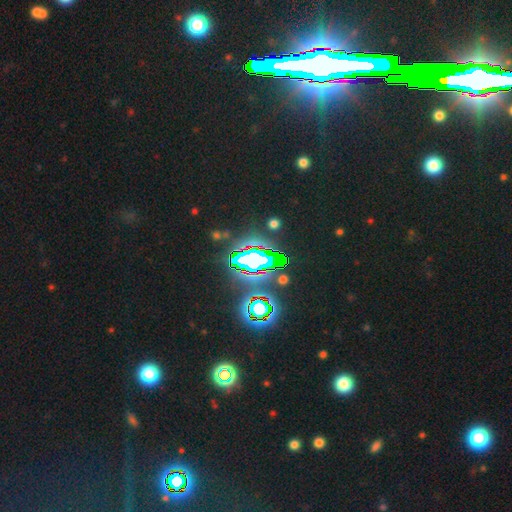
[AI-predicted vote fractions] star or artifact 84%, smooth 9%, featured or disk 8%.